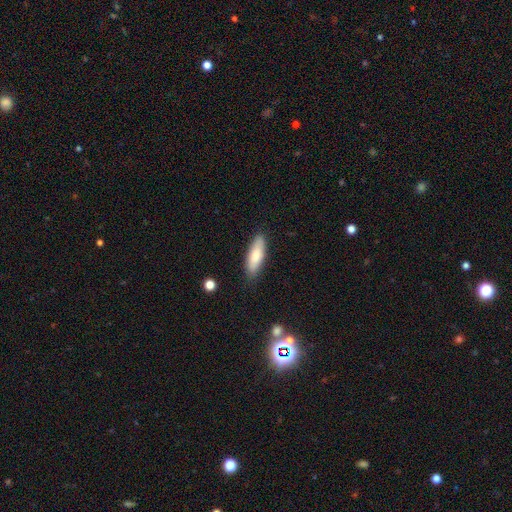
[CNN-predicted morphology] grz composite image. It shows a smooth galaxy with no disk features (80%) that is in between round and cigar-shaped (52%). Merging: none (84%).